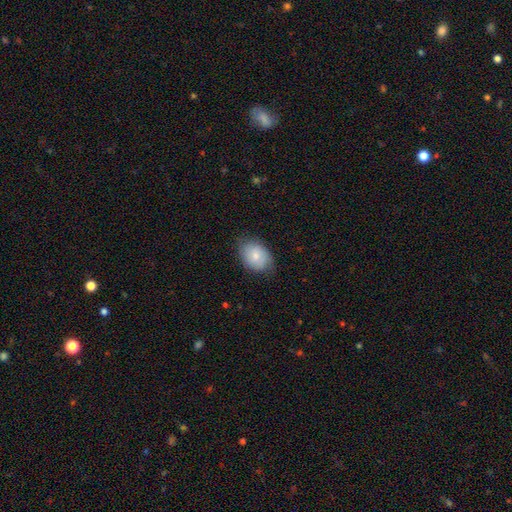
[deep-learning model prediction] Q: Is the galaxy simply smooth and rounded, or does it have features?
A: smooth — 75%.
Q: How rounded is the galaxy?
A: in between — 71%.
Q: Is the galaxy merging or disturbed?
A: none — 75%.